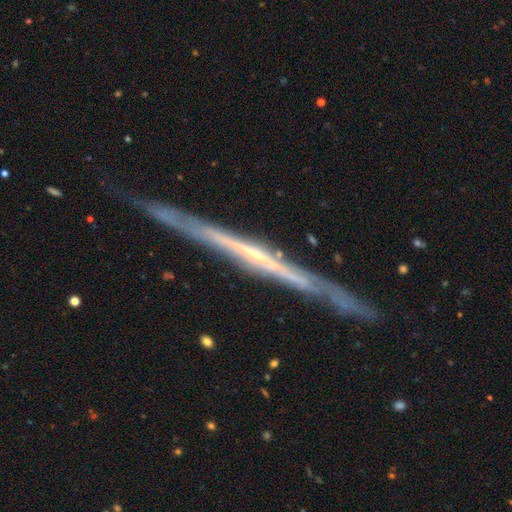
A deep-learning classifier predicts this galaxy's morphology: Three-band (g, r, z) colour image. It shows a featured or disk galaxy (83%) viewed edge-on (96%) with no central bulge (64%). Merging: none (82%).